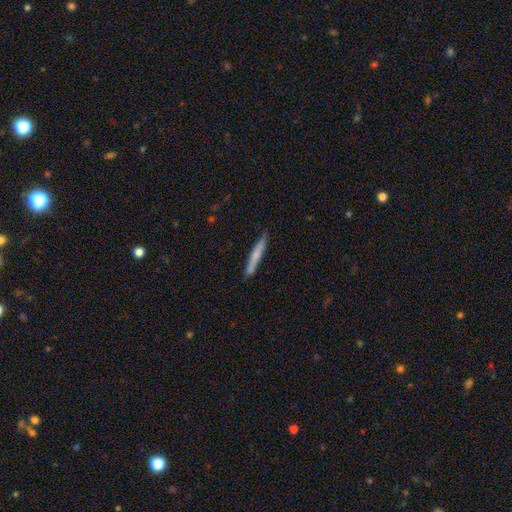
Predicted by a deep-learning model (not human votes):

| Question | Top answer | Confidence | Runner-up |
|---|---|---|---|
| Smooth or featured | smooth | 62% | featured or disk (32%) |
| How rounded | cigar-shaped | 95% | in between (3%) |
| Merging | none | 83% | minor disturbance (12%) |